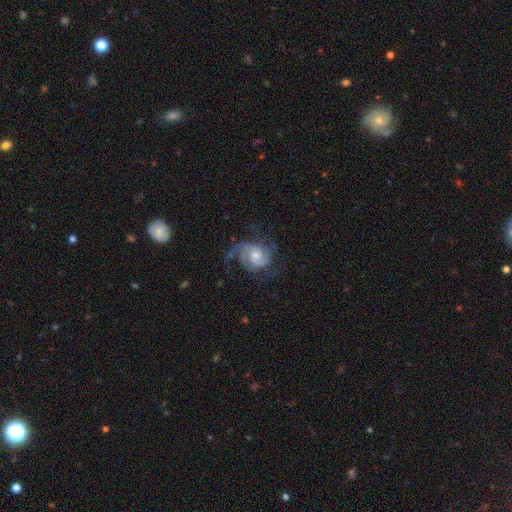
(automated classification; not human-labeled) This is clearly a featured or disk galaxy (86%). It is clearly not viewed edge-on (98%). Bar: likely no (65%). Spiral arm pattern: clearly yes (97%). Spiral arm count: possibly 2 (54%). Spiral winding: marginally tight (43%, tied with medium). Central bulge: possibly moderate (54%). Merging: possibly none (60%).